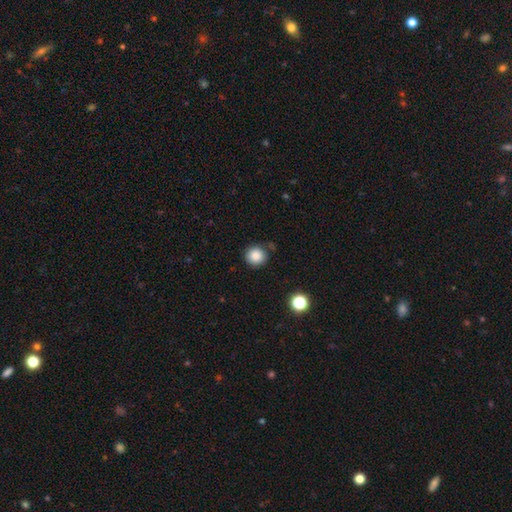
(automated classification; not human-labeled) Smooth or featured: smooth — 86% (star or artifact — 10%)
How rounded: round — 94% (in between — 5%)
Merging: none — 85% (minor disturbance — 9%)